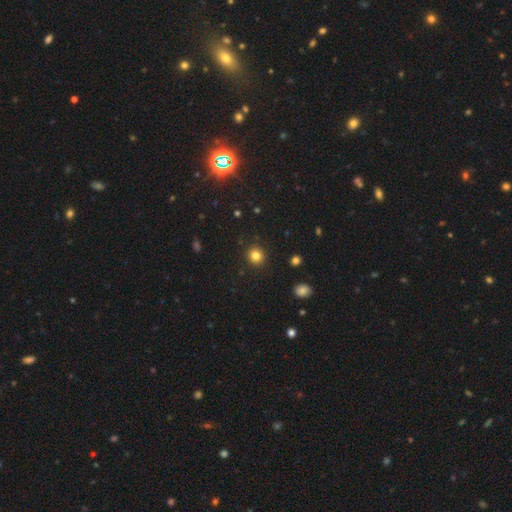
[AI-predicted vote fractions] smooth-or-featured: smooth: 82% | star or artifact: 12% | featured or disk: 5%
  how-rounded: round: 90% | in between: 9% | cigar-shaped: 1%
  merging: none: 91% | minor disturbance: 5% | major disturbance: 2% | merger: 1%